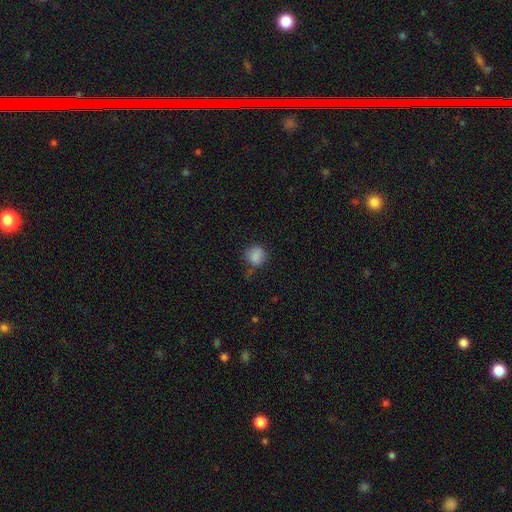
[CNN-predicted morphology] smooth-or-featured: smooth: 84% | star or artifact: 10% | featured or disk: 6%
  how-rounded: round: 78% | in between: 21% | cigar-shaped: 1%
  merging: none: 65% | minor disturbance: 24% | major disturbance: 7% | merger: 4%